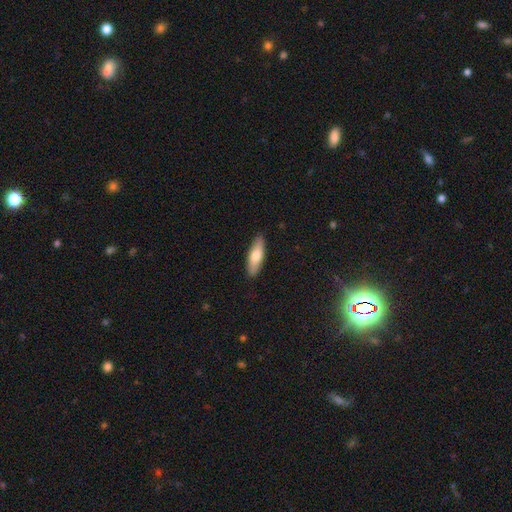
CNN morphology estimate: smooth 70%, featured or disk 25%, star or artifact 5%. Down the decision tree: how rounded — in between (49%, tied with cigar-shaped); merging — none (89%).